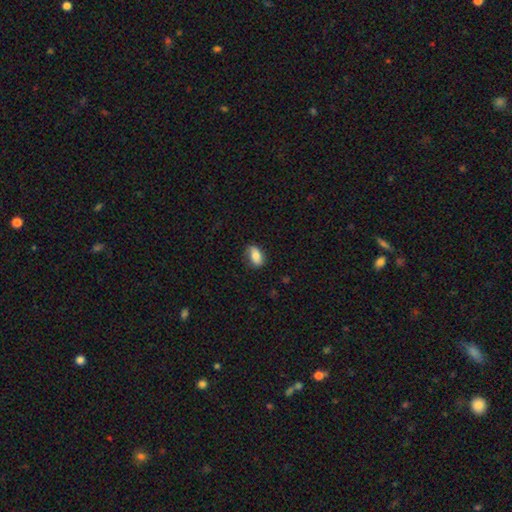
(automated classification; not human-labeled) A smooth galaxy with no disk features (76%) that is in between round and cigar-shaped (88%). Merging: none (72%).